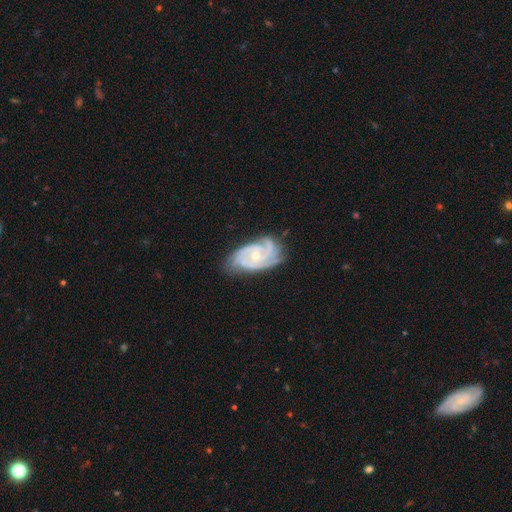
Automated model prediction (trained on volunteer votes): Q: Smooth or featured?
A: featured or disk (90%); runner-up: smooth (5%)
Q: Edge-on disk?
A: no (97%); runner-up: yes (3%)
Q: Bar?
A: no (71%); runner-up: weak (23%)
Q: Spiral arms?
A: yes (98%); runner-up: no (2%)
Q: Spiral winding?
A: tight (67%); runner-up: medium (29%)
Q: Spiral arm count?
A: 3 (50%); runner-up: 4 (18%)
Q: Bulge size?
A: small (56%); runner-up: moderate (42%)
Q: Merging?
A: none (70%); runner-up: minor disturbance (22%)